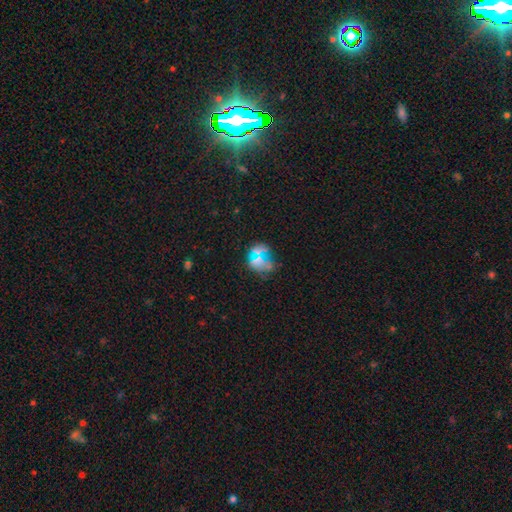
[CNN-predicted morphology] Smooth or featured? smooth (49%)
Merging? none (67%)